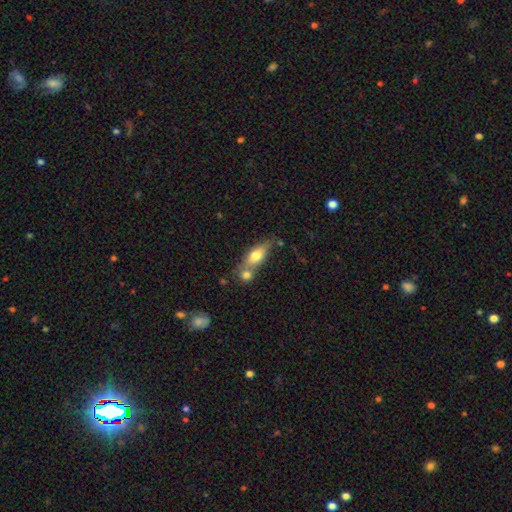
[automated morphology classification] A smooth galaxy with no disk features (67%) that is in between round and cigar-shaped (67%).

Vote fractions:
- Smooth or featured? smooth: 67% / featured or disk: 25% / star or artifact: 8%
- How rounded? in between: 67% / cigar-shaped: 27% / round: 7%
- Merging? merger: 42% (tied) / none: 42% (tied) / minor disturbance: 12% / major disturbance: 4%